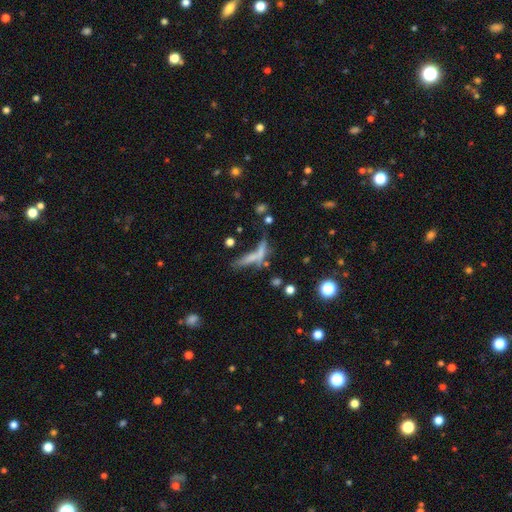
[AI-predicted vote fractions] The model was most divided on "merging": none: 40%, merger: 28%, major disturbance: 16%, minor disturbance: 16%. More confident: how rounded — cigar-shaped (79%); smooth or featured — smooth (51%).